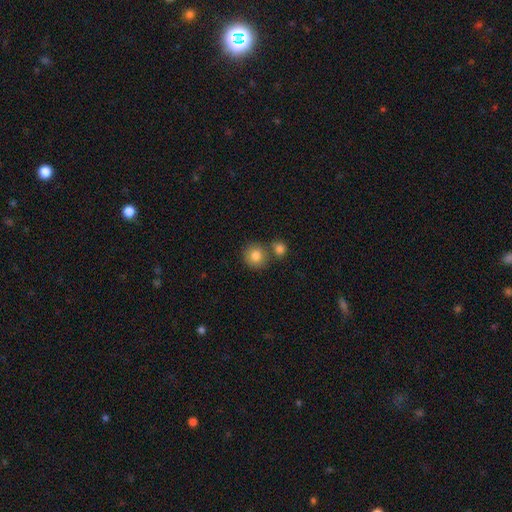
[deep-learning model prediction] Overall: smooth (83%). How rounded: round (89%). Merging: none (64%; merger 25%).